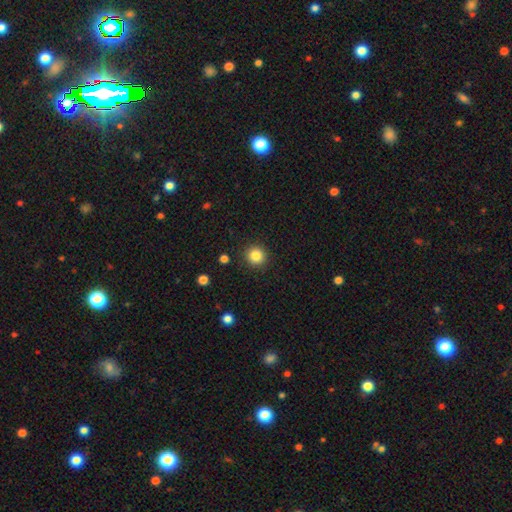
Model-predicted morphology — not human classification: Q: Smooth or featured?
A: smooth (84%); runner-up: star or artifact (11%)
Q: How rounded?
A: round (94%); runner-up: in between (5%)
Q: Merging?
A: none (91%); runner-up: minor disturbance (5%)